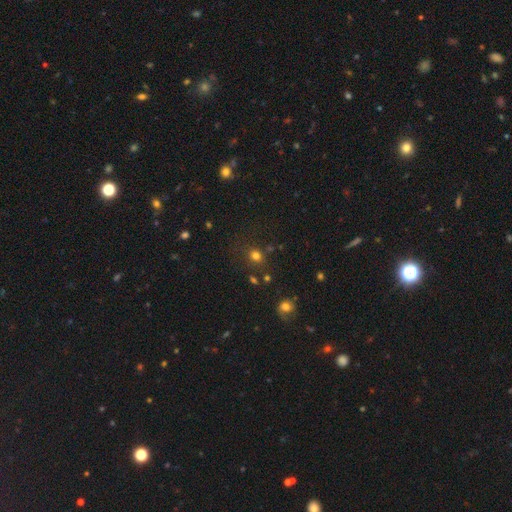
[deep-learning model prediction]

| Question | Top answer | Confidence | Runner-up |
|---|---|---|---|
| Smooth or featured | smooth | 75% | star or artifact (18%) |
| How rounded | round | 77% | in between (22%) |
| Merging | none | 79% | minor disturbance (11%) |